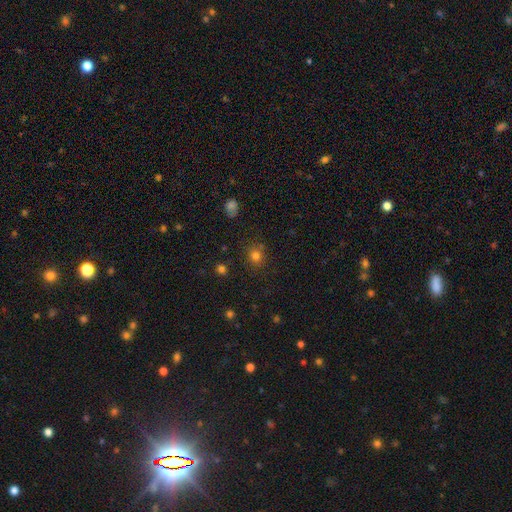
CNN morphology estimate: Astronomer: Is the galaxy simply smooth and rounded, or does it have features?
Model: smooth — 78%.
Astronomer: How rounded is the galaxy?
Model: round — 83%.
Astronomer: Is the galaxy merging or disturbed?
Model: none — 82%.